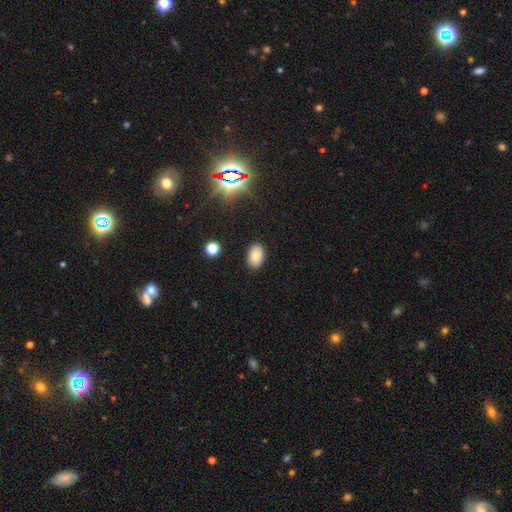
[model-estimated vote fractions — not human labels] Smooth or featured?
  - smooth: 81% *
  - star or artifact: 11%
  - featured or disk: 8%
How rounded?
  - in between: 89% *
  - round: 10%
  - cigar-shaped: 1%
Merging?
  - none: 87% *
  - minor disturbance: 9%
  - major disturbance: 2%
  - merger: 1%